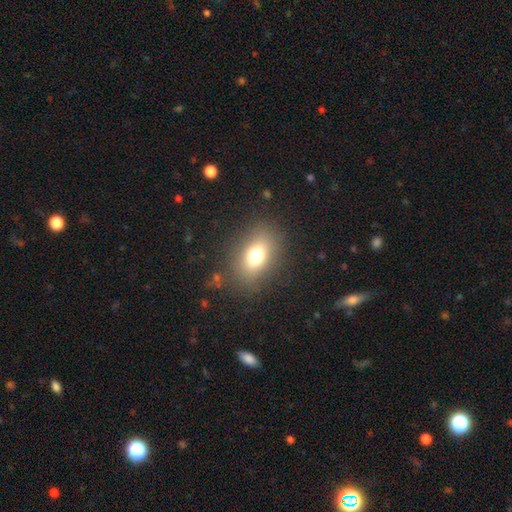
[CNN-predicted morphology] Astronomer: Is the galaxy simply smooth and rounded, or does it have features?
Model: smooth — 72%.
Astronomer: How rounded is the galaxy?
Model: in between — 74%.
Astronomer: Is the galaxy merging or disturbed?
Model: none — 84%.